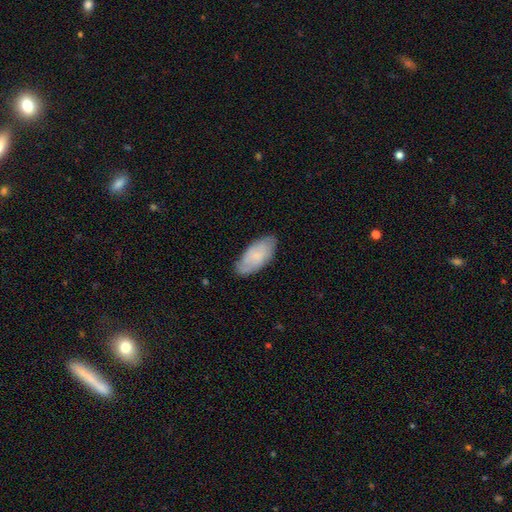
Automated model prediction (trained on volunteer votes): The model was most divided on "smooth or featured": smooth: 65%, featured or disk: 29%, star or artifact: 6%. More confident: how rounded — in between (91%); merging — none (74%).